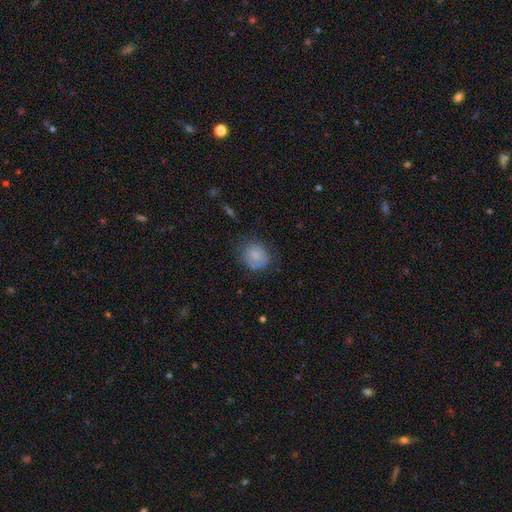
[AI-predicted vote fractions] Smooth or featured? smooth (76%)
How rounded? round (73%)
Merging? none (66%)